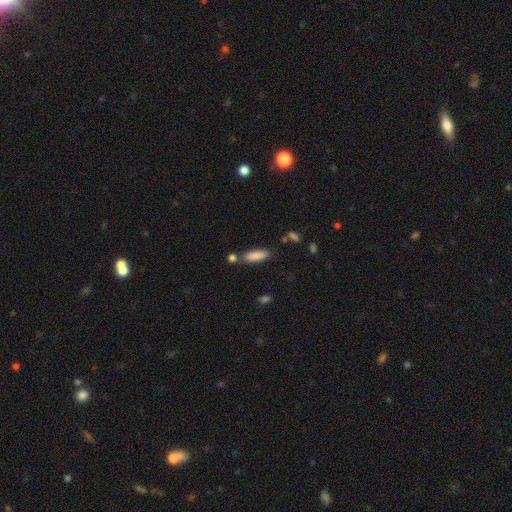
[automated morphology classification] A smooth galaxy with no disk features (87%) that is in between round and cigar-shaped (57%).

Vote fractions:
- Smooth or featured? smooth: 87% / star or artifact: 7% / featured or disk: 6%
- How rounded? in between: 57% / cigar-shaped: 41% / round: 2%
- Merging? none: 73% / minor disturbance: 13% / merger: 10% / major disturbance: 4%